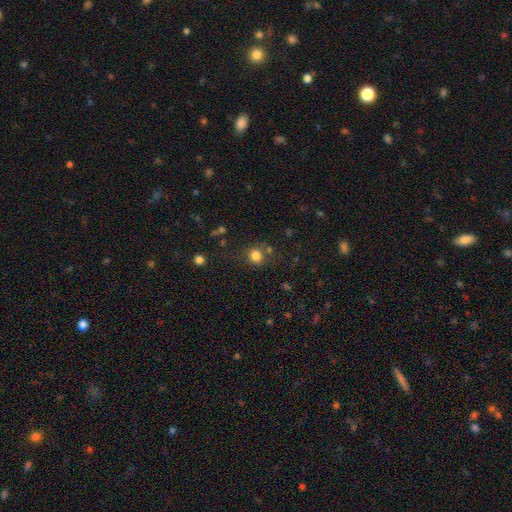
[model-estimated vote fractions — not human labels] Smooth or featured: smooth — 81% (star or artifact — 13%)
How rounded: round — 84% (in between — 15%)
Merging: none — 72% (minor disturbance — 14%)